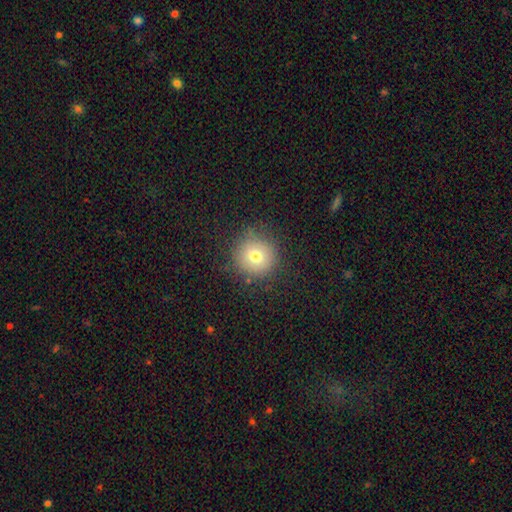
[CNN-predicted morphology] Smooth or featured: smooth — 73% (star or artifact — 14%)
How rounded: round — 93% (in between — 6%)
Merging: none — 86% (minor disturbance — 10%)